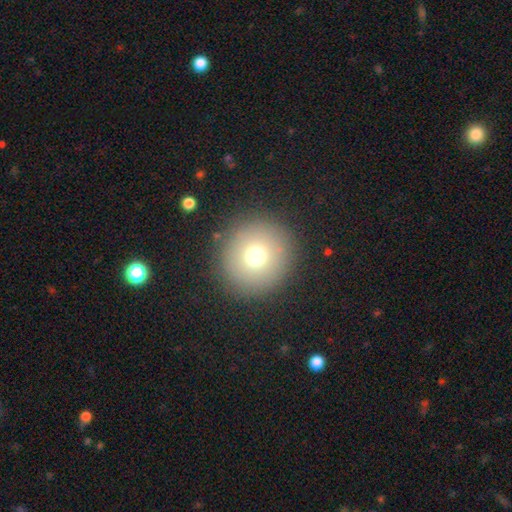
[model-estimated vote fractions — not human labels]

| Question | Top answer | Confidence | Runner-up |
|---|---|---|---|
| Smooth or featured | smooth | 74% | star or artifact (14%) |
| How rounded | round | 95% | in between (4%) |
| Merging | none | 90% | minor disturbance (6%) |